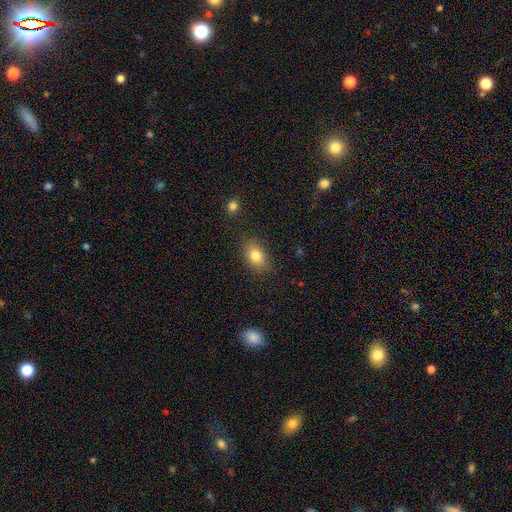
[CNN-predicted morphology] A smooth galaxy with no disk features (81%) that is in between round and cigar-shaped (76%). Merging: none (81%).